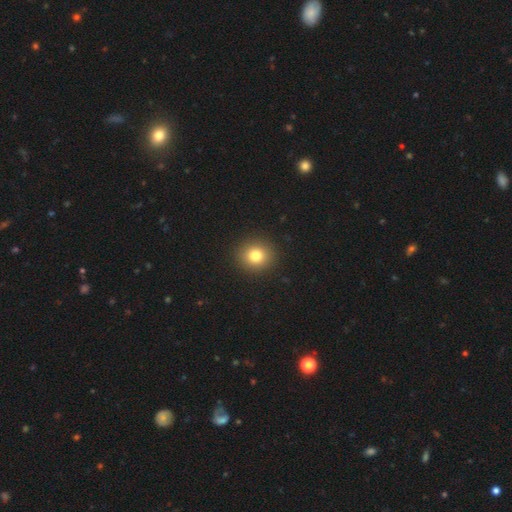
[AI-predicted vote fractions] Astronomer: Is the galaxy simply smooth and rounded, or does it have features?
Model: smooth — 80%.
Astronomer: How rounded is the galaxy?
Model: round — 86%.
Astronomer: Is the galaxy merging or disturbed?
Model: none — 92%.